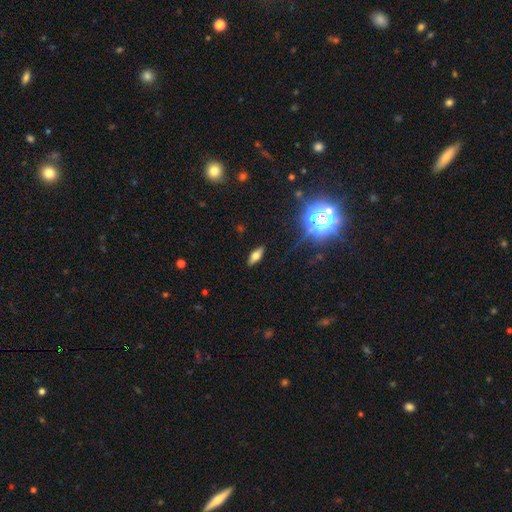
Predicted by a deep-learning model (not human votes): Overall: smooth (54%; featured or disk 32%). How rounded: in between (68%). Merging: none (87%).